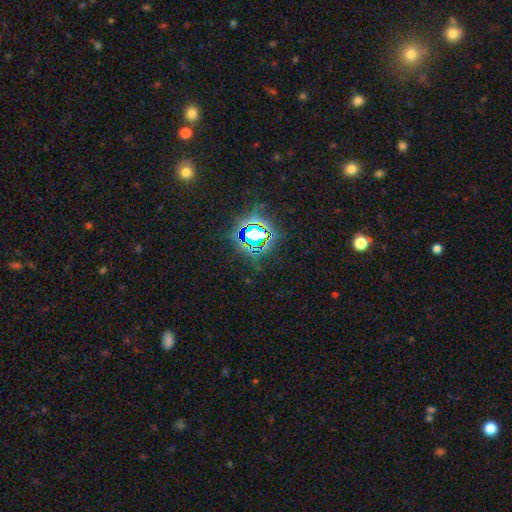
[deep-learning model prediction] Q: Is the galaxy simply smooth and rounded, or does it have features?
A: star or artifact — 80%.